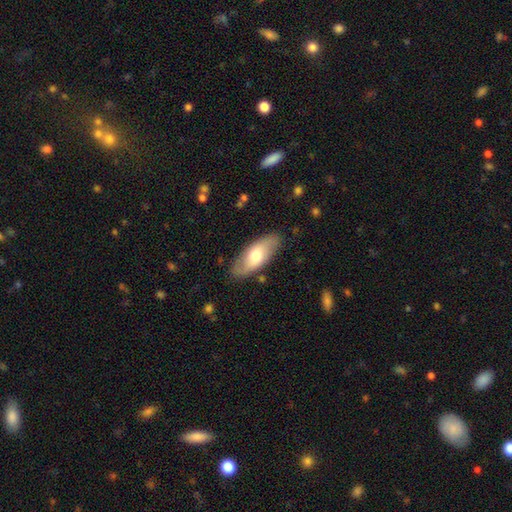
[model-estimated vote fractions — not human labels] The model was most divided on "smooth or featured": smooth: 57%, featured or disk: 37%, star or artifact: 5%. More confident: merging — none (84%); how rounded — in between (83%).